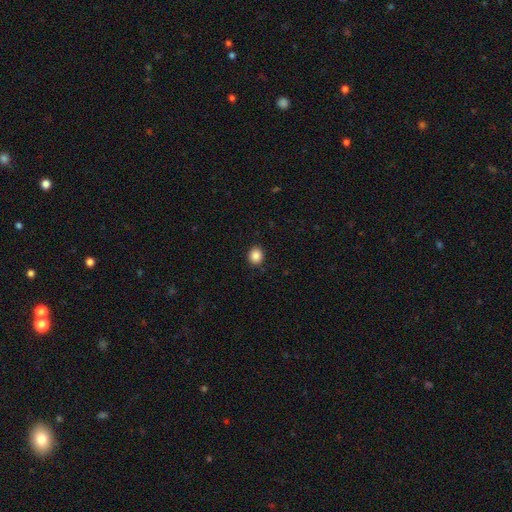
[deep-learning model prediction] Overall: smooth (87%). How rounded: round (78%). Merging: none (90%).